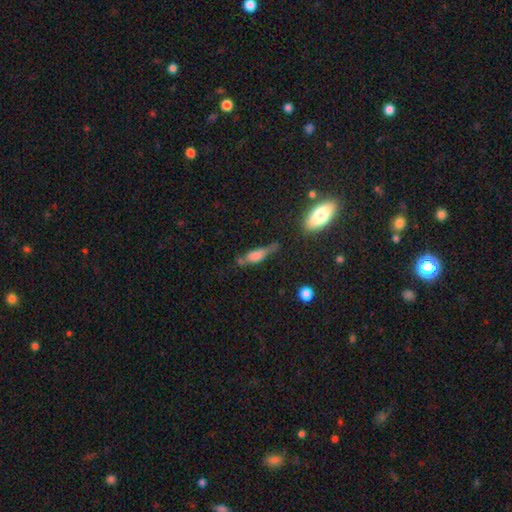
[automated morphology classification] Smooth or featured? smooth (53%)
How rounded? cigar-shaped (57%)
Merging? none (48%)